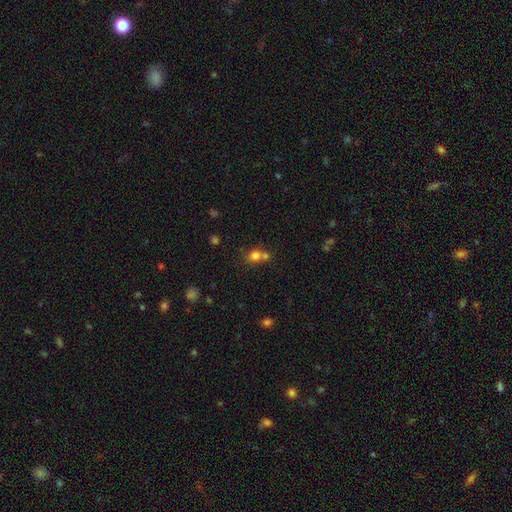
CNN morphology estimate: smooth-or-featured: smooth: 77% | star or artifact: 14% | featured or disk: 9%
  how-rounded: round: 72% | in between: 27% | cigar-shaped: 1%
  merging: none: 44% | merger: 43% | minor disturbance: 9% | major disturbance: 4%